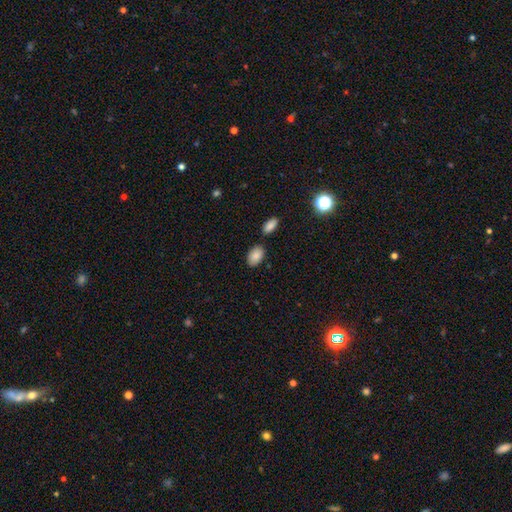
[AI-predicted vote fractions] Smooth or featured: smooth — 87% (star or artifact — 7%)
How rounded: in between — 92% (round — 7%)
Merging: none — 78% (minor disturbance — 11%)